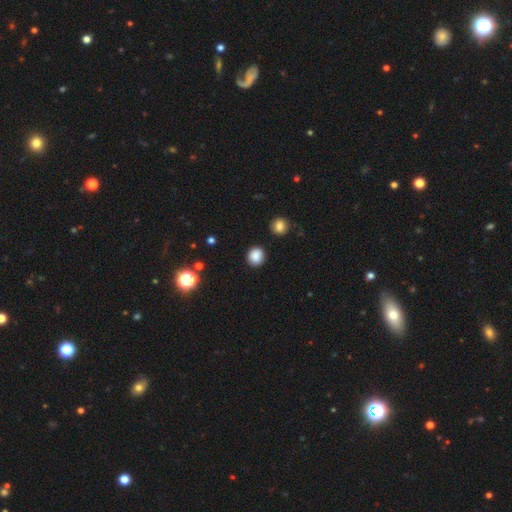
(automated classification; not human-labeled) smooth_or_featured: smooth (p=0.85) [alt: star or artifact p=0.11]
how_rounded: round (p=0.85) [alt: in between p=0.14]
merging: none (p=0.89) [alt: minor disturbance p=0.07]